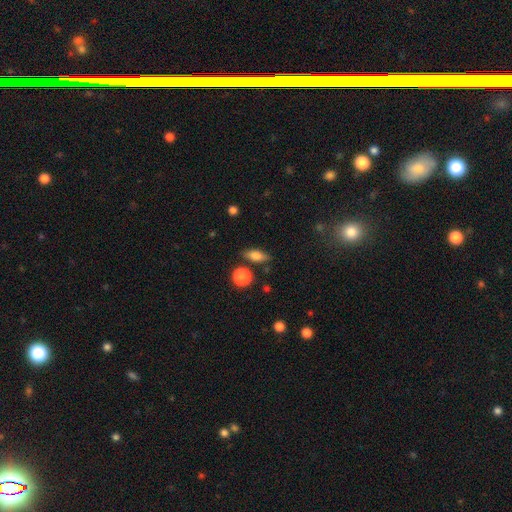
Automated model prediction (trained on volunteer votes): A smooth galaxy with no disk features (74%) that is in between round and cigar-shaped (66%).

Vote fractions:
- Smooth or featured? smooth: 74% / featured or disk: 17% / star or artifact: 9%
- How rounded? in between: 66% / cigar-shaped: 23% / round: 11%
- Merging? none: 79% / minor disturbance: 13% / merger: 4% / major disturbance: 4%